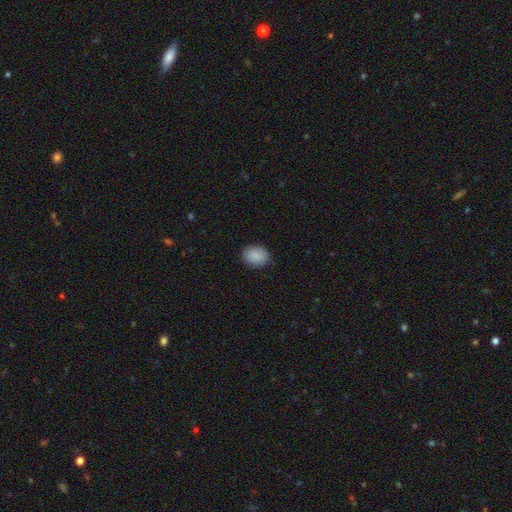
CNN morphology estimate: smooth 88%, star or artifact 7%, featured or disk 4%. Down the decision tree: how rounded — in between (58%); merging — none (87%).